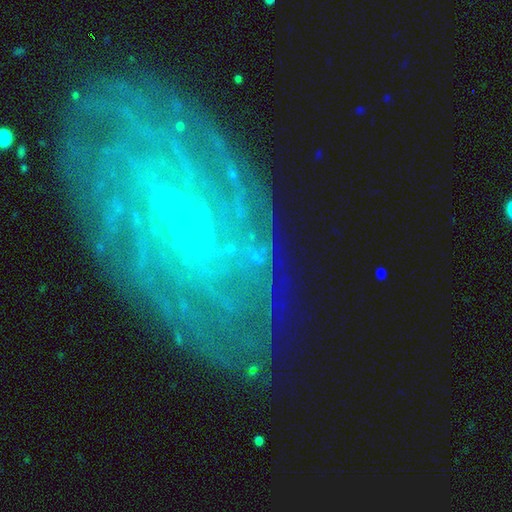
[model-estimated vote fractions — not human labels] This is marginally a star or artifact rather than a galaxy (44%).